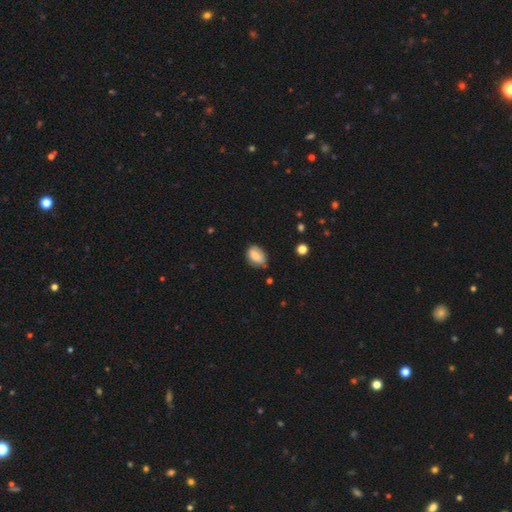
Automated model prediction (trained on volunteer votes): Smooth or featured: smooth — 80% (featured or disk — 12%)
How rounded: in between — 85% (round — 14%)
Merging: none — 56% (minor disturbance — 35%)